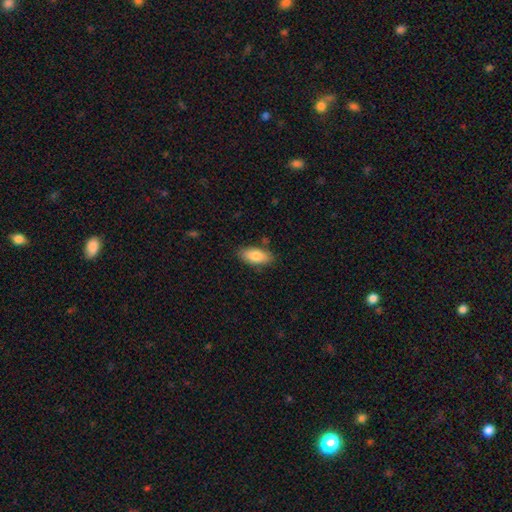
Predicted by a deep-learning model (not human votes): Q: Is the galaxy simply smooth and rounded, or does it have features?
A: smooth — 83%.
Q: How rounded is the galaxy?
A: in between — 88%.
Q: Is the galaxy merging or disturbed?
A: none — 82%.